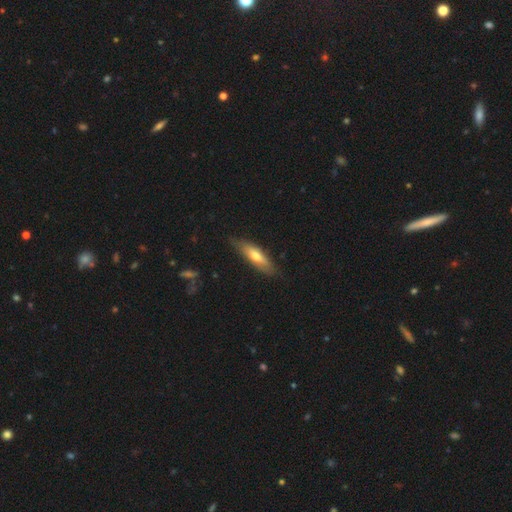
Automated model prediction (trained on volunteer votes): Overall: smooth (60%; featured or disk 34%). How rounded: cigar-shaped (62%; in between 36%). Merging: none (78%).